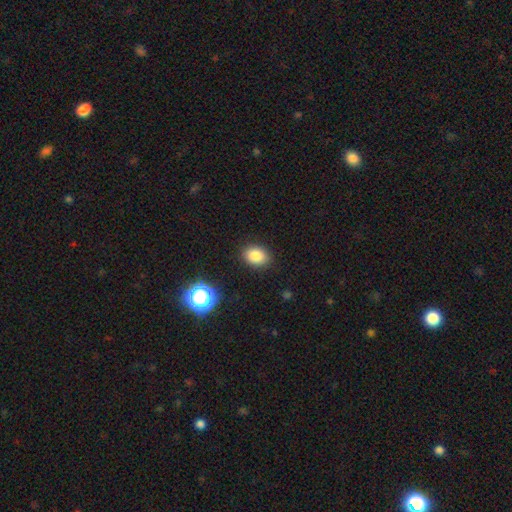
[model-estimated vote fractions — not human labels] smooth_or_featured: smooth (p=0.84) [alt: star or artifact p=0.11]
how_rounded: in between (p=0.68) [alt: round p=0.31]
merging: none (p=0.87) [alt: minor disturbance p=0.09]